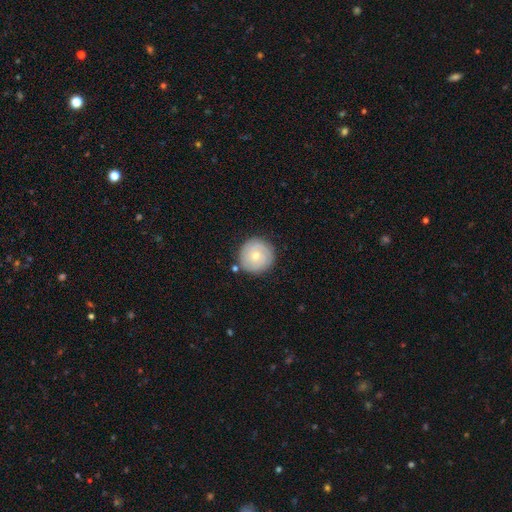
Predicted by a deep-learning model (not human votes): A smooth galaxy with no disk features (48%). Merging: none (84%).